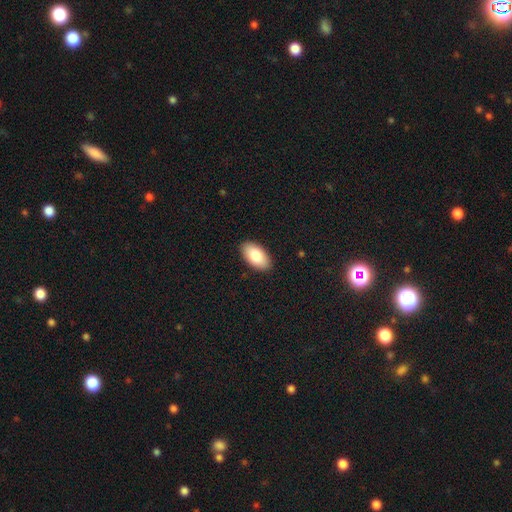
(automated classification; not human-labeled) A smooth galaxy with no disk features (84%) that is in between round and cigar-shaped (96%).

Vote fractions:
- Smooth or featured? smooth: 84% / featured or disk: 10% / star or artifact: 6%
- How rounded? in between: 96% / round: 2% / cigar-shaped: 2%
- Merging? none: 90% / minor disturbance: 8% / major disturbance: 2% / merger: 1%